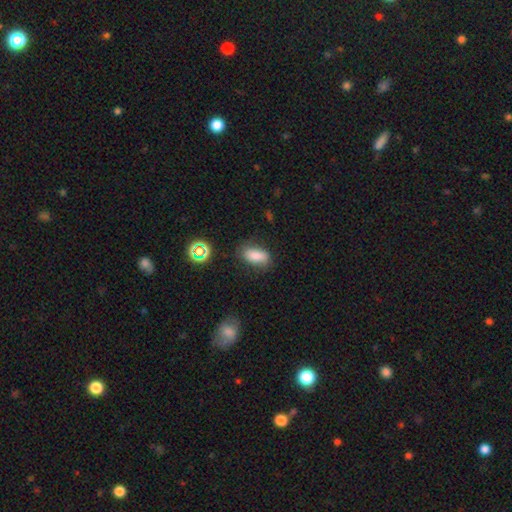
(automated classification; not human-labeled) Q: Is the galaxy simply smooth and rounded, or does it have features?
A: smooth — 80%.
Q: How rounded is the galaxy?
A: in between — 85%.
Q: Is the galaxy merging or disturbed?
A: none — 73%.